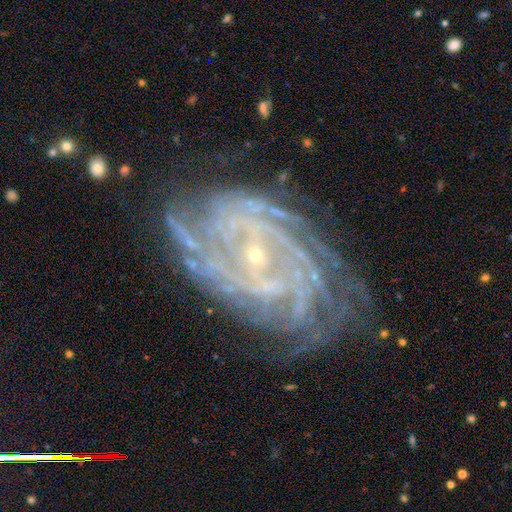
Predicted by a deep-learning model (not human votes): Q: Smooth or featured?
A: featured or disk (89%); runner-up: star or artifact (7%)
Q: Edge-on disk?
A: no (96%); runner-up: yes (4%)
Q: Bar?
A: no (48%); runner-up: weak (35%)
Q: Spiral arms?
A: yes (97%); runner-up: no (3%)
Q: Spiral winding?
A: tight (71%); runner-up: medium (24%)
Q: Spiral arm count?
A: can't tell (26%); runner-up: more than 4 (20%)
Q: Bulge size?
A: small (85%); runner-up: moderate (11%)
Q: Merging?
A: none (71%); runner-up: minor disturbance (19%)